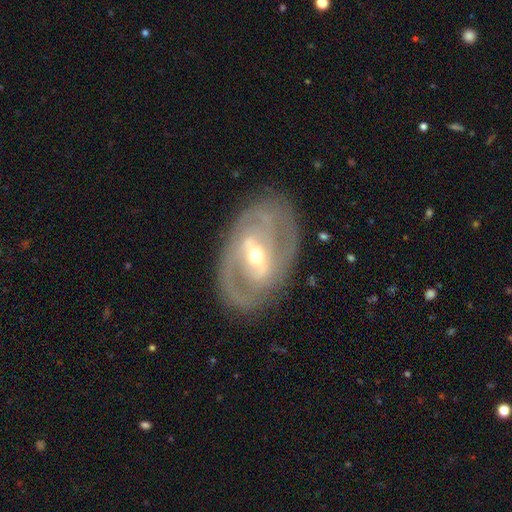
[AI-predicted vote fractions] Overall: featured or disk (85%). Edge-on disk: no (94%). Bar: strong (44%; weak 40%). Spiral arms: yes (84%). Spiral arm count: 2 (65%). Spiral winding: tight (49%; medium 39%). Bulge size: moderate (54%; small 41%). Merging: none (79%).